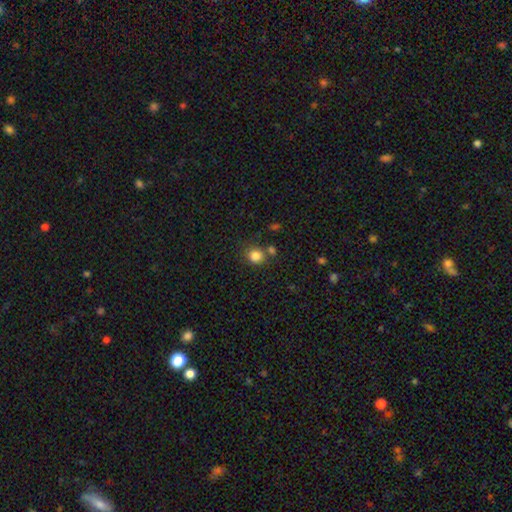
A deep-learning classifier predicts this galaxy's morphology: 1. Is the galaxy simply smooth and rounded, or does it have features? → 84% smooth, 11% star or artifact, 5% featured or disk.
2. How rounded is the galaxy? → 83% round, 16% in between, 1% cigar-shaped.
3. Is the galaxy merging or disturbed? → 72% none, 13% merger, 11% minor disturbance, 4% major disturbance.